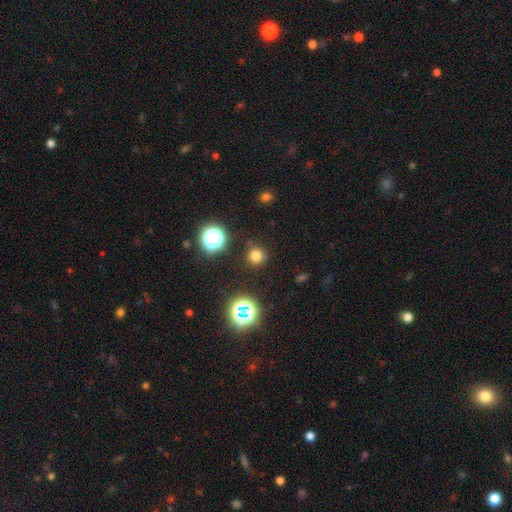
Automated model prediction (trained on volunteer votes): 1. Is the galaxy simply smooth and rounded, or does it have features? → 73% smooth, 22% star or artifact, 5% featured or disk.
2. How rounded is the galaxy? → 94% round, 5% in between, 1% cigar-shaped.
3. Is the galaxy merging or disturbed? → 88% none, 7% minor disturbance, 3% major disturbance, 2% merger.